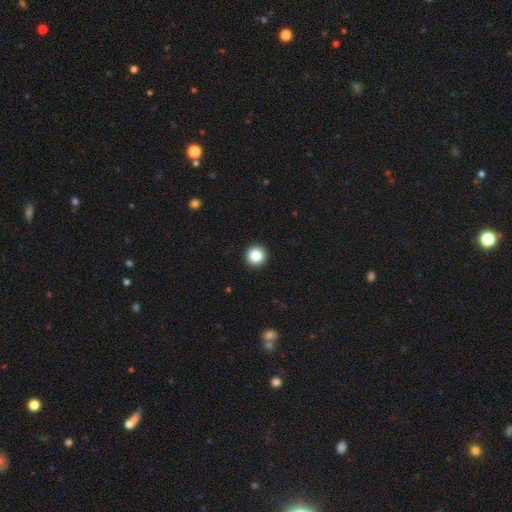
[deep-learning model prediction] This appears to be a smooth galaxy with no disk features (86%) that is round (96%). Merging: none (94%).